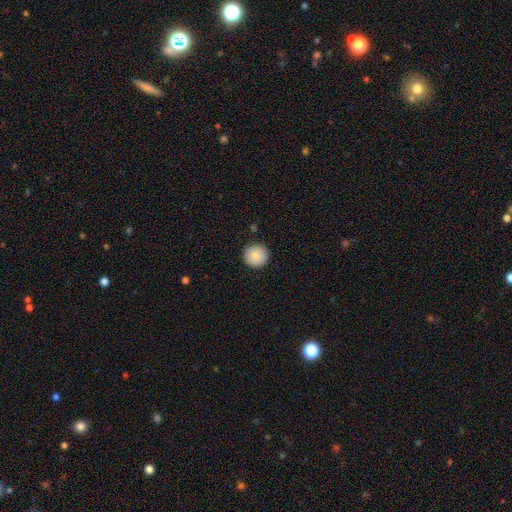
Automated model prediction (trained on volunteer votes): smooth-or-featured: smooth: 86% | star or artifact: 7% | featured or disk: 6%
  how-rounded: round: 96% | in between: 3% | cigar-shaped: 1%
  merging: none: 92% | minor disturbance: 5% | major disturbance: 1% | merger: 1%